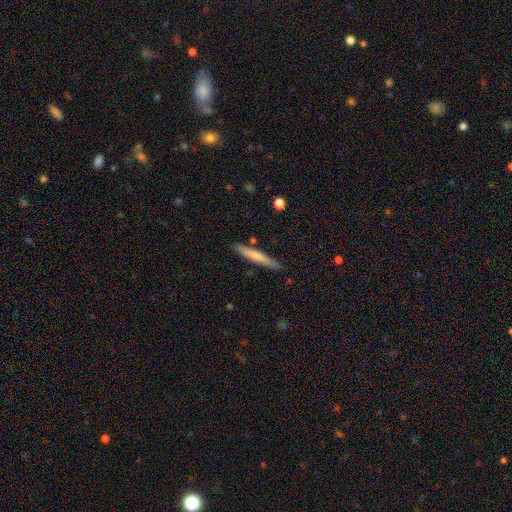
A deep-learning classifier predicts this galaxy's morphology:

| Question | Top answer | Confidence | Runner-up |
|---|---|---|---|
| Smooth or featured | smooth | 63% | featured or disk (32%) |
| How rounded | cigar-shaped | 95% | in between (4%) |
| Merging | none | 87% | minor disturbance (9%) |